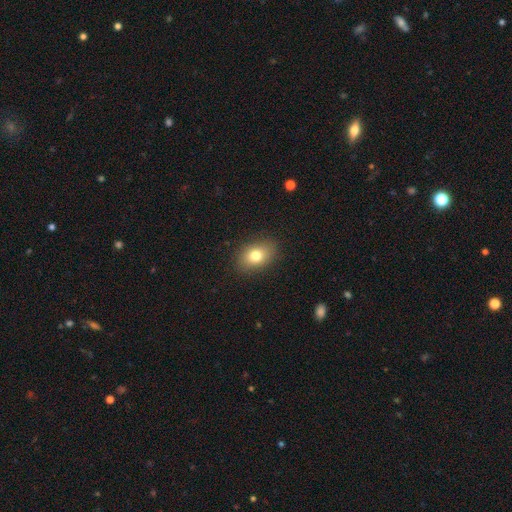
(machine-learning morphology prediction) smooth_or_featured: smooth (p=0.77) [alt: featured or disk p=0.13]
how_rounded: in between (p=0.77) [alt: round p=0.21]
merging: none (p=0.87) [alt: minor disturbance p=0.09]